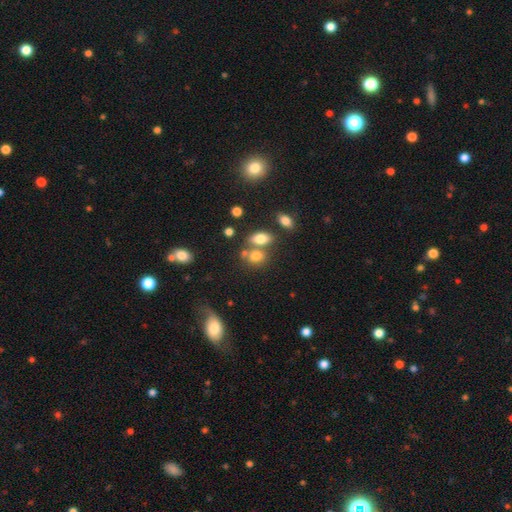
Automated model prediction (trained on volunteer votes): Overall: smooth (76%). How rounded: in between (65%; round 32%). Merging: none (46%; merger 37%).